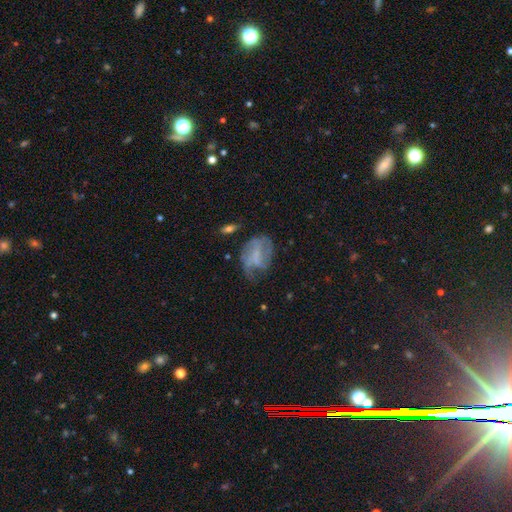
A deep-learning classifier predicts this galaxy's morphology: type=featured or disk (61%); edge-on=no (97%); bar=no (43%); spiral arms=yes (74%); bulge=none (56%); merging=none (43%).